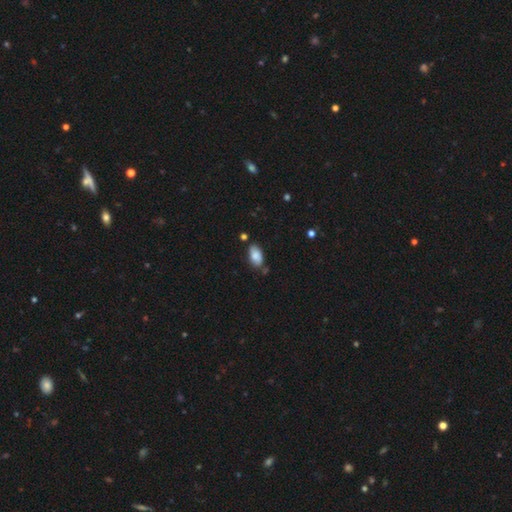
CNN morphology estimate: A smooth galaxy with no disk features (84%) that is in between round and cigar-shaped (94%).

Vote fractions:
- Smooth or featured? smooth: 84% / featured or disk: 9% / star or artifact: 7%
- How rounded? in between: 94% / round: 3% / cigar-shaped: 3%
- Merging? none: 71% / minor disturbance: 19% / merger: 6% / major disturbance: 4%